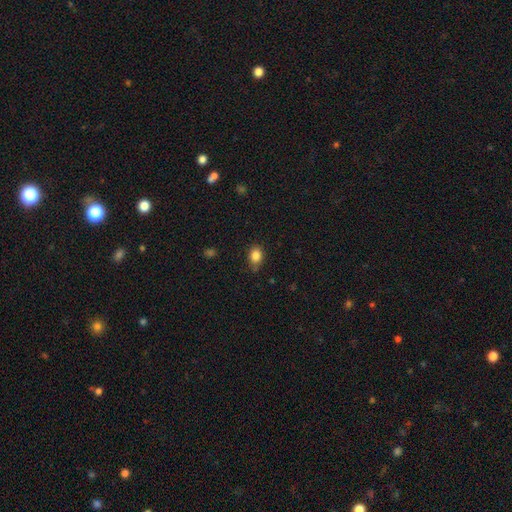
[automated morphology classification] Smooth or featured? smooth (84%)
How rounded? in between (55%)
Merging? none (71%)